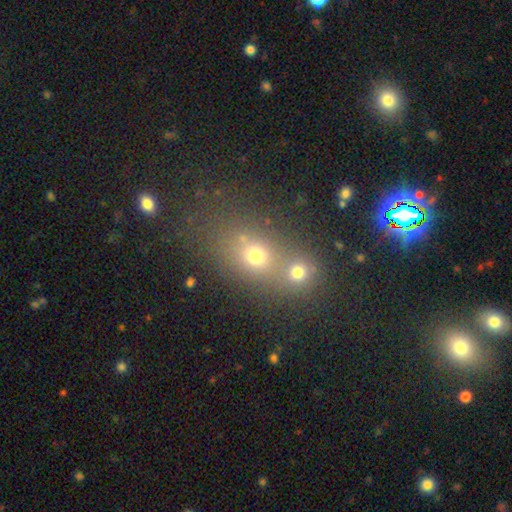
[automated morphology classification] A smooth galaxy with no disk features (65%) that is round (50%).

Vote fractions:
- Smooth or featured? smooth: 65% / star or artifact: 21% / featured or disk: 14%
- How rounded? round: 50% / in between: 46% / cigar-shaped: 4%
- Merging? merger: 50% / none: 38% / minor disturbance: 8% / major disturbance: 4%